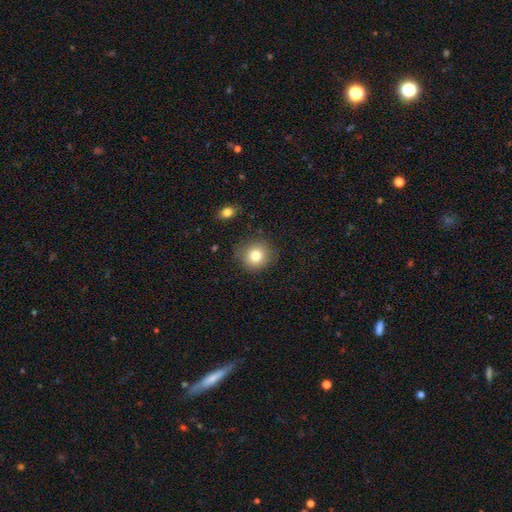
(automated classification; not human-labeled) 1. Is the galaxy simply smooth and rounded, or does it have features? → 81% smooth, 11% star or artifact, 9% featured or disk.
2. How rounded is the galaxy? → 85% round, 14% in between, 1% cigar-shaped.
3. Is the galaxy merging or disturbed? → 84% none, 11% minor disturbance, 3% major disturbance, 2% merger.